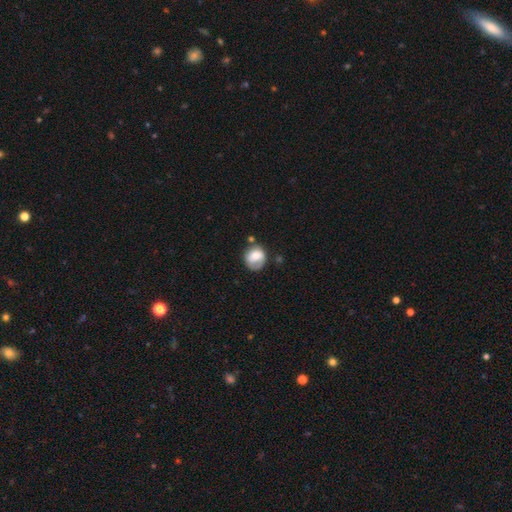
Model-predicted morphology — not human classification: A smooth galaxy with no disk features (66%) that is round (76%).

Vote fractions:
- Smooth or featured? smooth: 66% / featured or disk: 26% / star or artifact: 8%
- How rounded? round: 76% / in between: 23% / cigar-shaped: 1%
- Merging? none: 56% / minor disturbance: 26% / major disturbance: 10% / merger: 8%